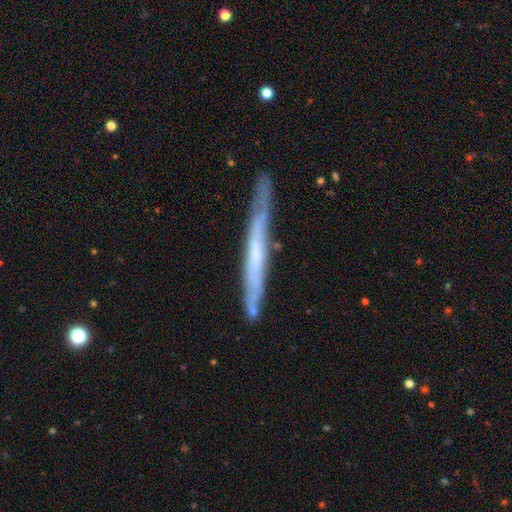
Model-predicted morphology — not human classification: Overall: featured or disk (62%; smooth 31%). Edge-on disk: yes (90%). Edge-on bulge: none (81%). Merging: none (78%).